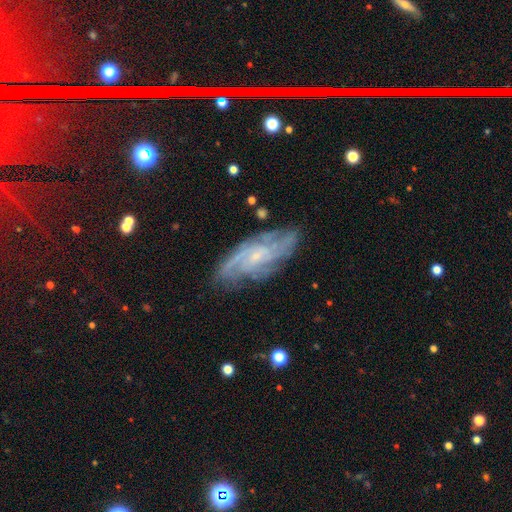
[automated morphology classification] This is likely a featured or disk galaxy (80%). It is clearly not viewed edge-on (90%). Bar: likely no (63%). Spiral arm pattern: clearly yes (92%). Spiral arm count: marginally can't tell (38%). Spiral winding: possibly tight (47%). Central bulge: likely small (75%). Merging: likely none (75%).